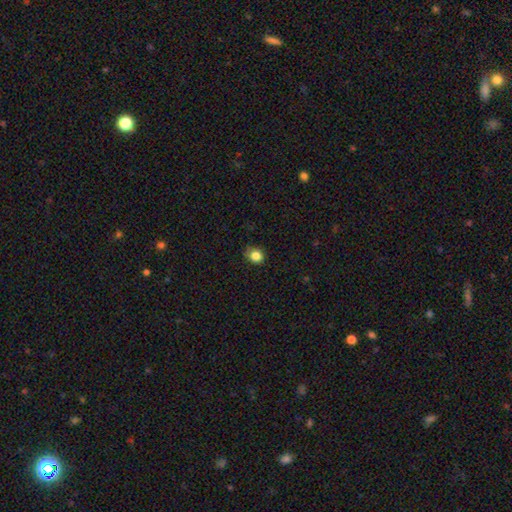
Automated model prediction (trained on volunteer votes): This appears to be a smooth galaxy with no disk features (84%) that is round (71%). Merging: none (74%).